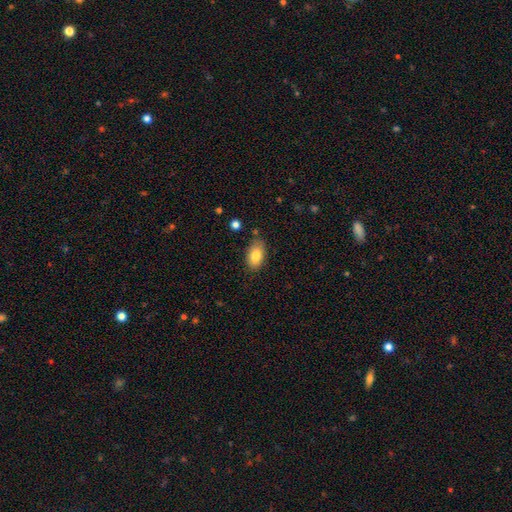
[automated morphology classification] This appears to be a smooth galaxy with no disk features (83%) that is in between round and cigar-shaped (93%). Merging: none (79%).